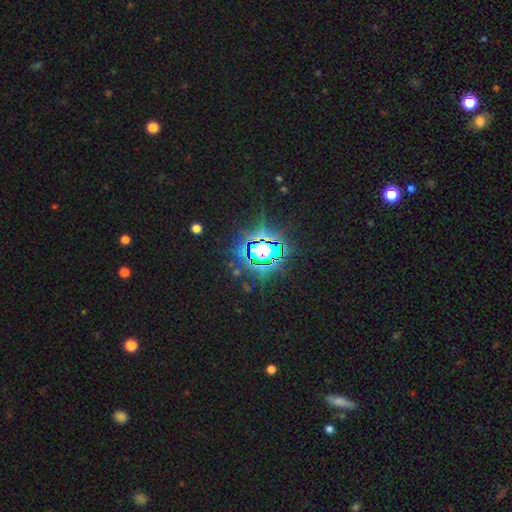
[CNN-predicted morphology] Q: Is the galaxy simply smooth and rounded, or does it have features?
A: star or artifact — 82%.